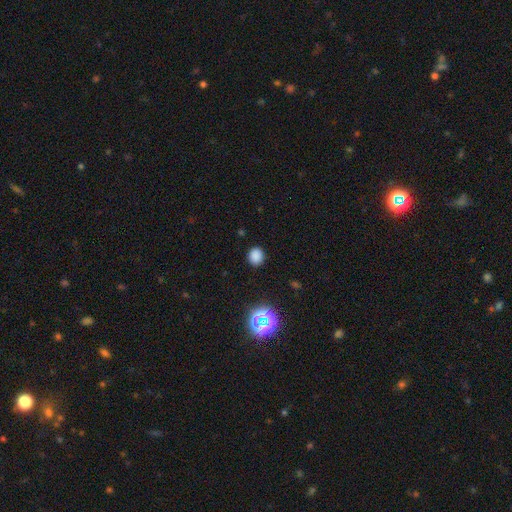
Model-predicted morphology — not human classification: Smooth or featured? smooth (81%)
How rounded? round (77%)
Merging? none (89%)